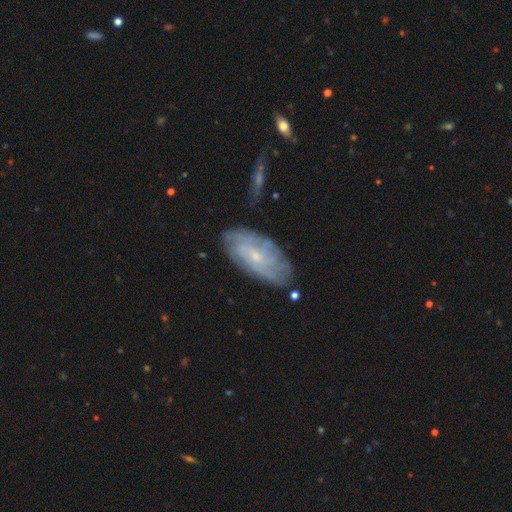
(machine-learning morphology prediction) Smooth or featured: featured or disk — 66% (smooth — 26%)
Edge-on disk: no — 91% (yes — 9%)
Bar: no — 70% (weak — 26%)
Spiral arms: yes — 81% (no — 19%)
Bulge size: small — 77% (moderate — 17%)
Merging: none — 77% (minor disturbance — 16%)